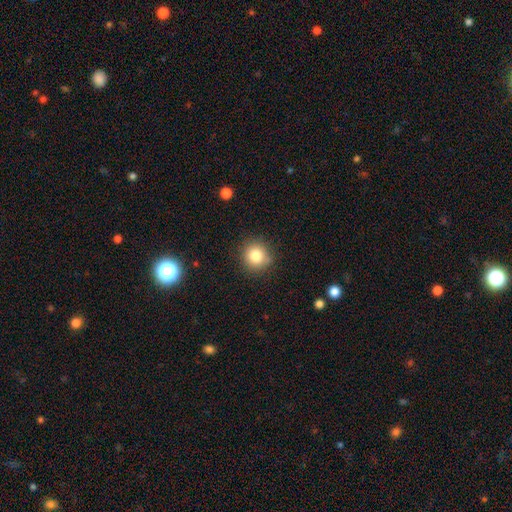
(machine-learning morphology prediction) This appears to be a smooth galaxy with no disk features (82%) that is round (90%). Merging: none (85%).